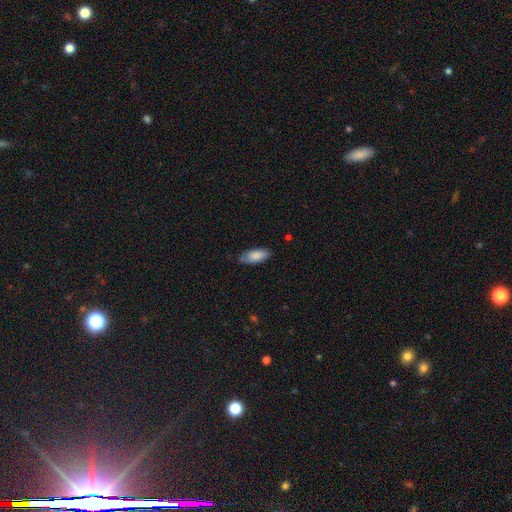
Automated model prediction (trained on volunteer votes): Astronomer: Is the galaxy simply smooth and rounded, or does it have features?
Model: smooth — 85%.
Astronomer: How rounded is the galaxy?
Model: in between — 84%.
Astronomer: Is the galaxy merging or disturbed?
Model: none — 77%.